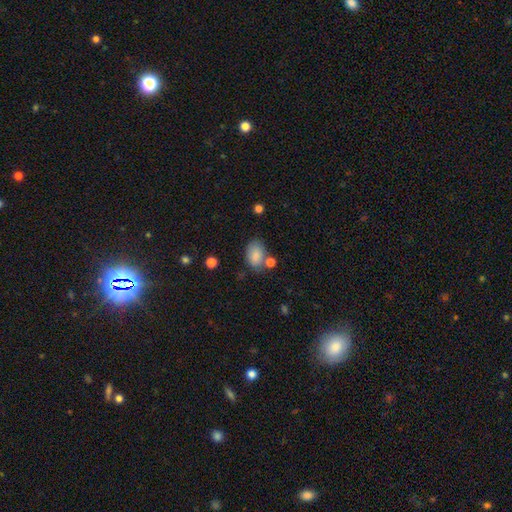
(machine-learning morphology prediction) Smooth or featured? Predicted: smooth (p=0.85). How rounded? Predicted: in between (p=0.86). Merging? Predicted: none (p=0.61).